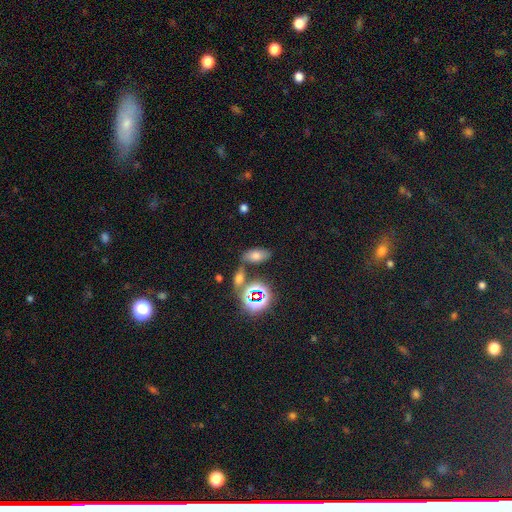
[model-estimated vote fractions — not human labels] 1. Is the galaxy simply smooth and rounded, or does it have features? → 62% smooth, 24% star or artifact, 14% featured or disk.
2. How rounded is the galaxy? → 86% in between, 7% round, 6% cigar-shaped.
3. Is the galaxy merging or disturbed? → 65% none, 17% merger, 12% minor disturbance, 5% major disturbance.